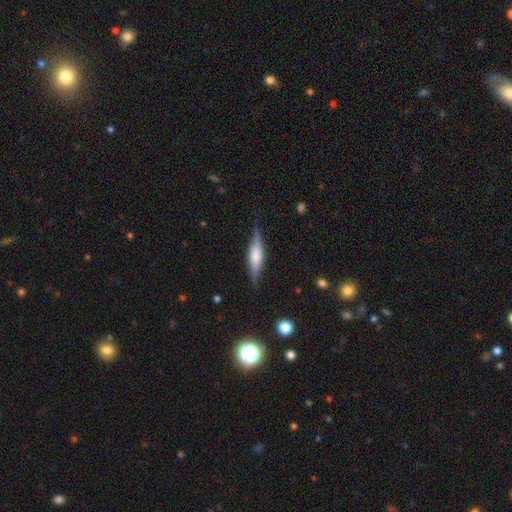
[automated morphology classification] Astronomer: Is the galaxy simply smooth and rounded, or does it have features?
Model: featured or disk — 58% (runner-up: smooth, 35%).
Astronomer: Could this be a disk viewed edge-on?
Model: yes — 94%.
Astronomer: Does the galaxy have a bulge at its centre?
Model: rounded — 62%.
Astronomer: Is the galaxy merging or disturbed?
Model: none — 82%.